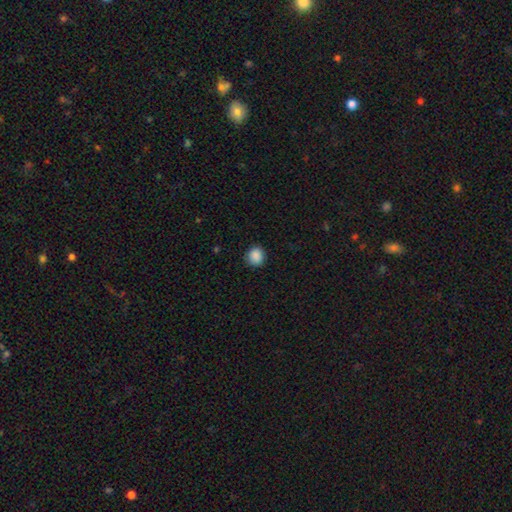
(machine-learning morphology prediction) Smooth or featured? smooth (88%)
How rounded? round (85%)
Merging? none (87%)